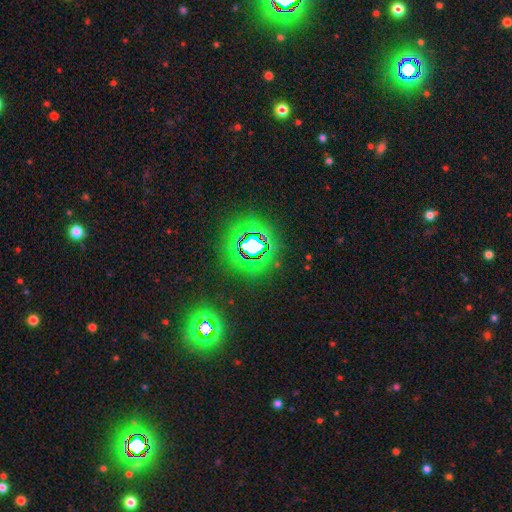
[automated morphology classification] This is likely a star or artifact rather than a galaxy (74%).